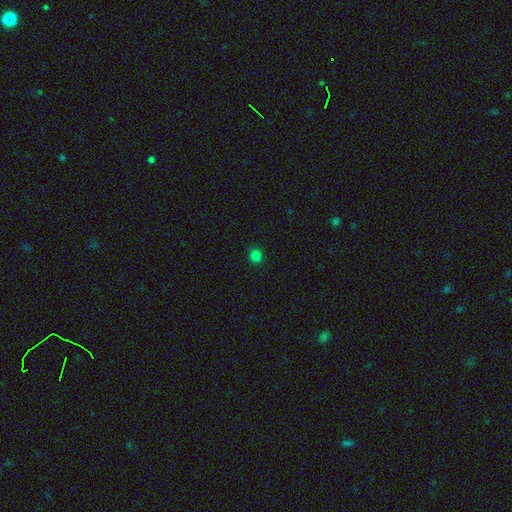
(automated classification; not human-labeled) Smooth or featured?
  - smooth: 81% *
  - star or artifact: 16%
  - featured or disk: 3%
How rounded?
  - round: 89% *
  - in between: 10%
  - cigar-shaped: 1%
Merging?
  - none: 91% *
  - minor disturbance: 6%
  - major disturbance: 2%
  - merger: 1%